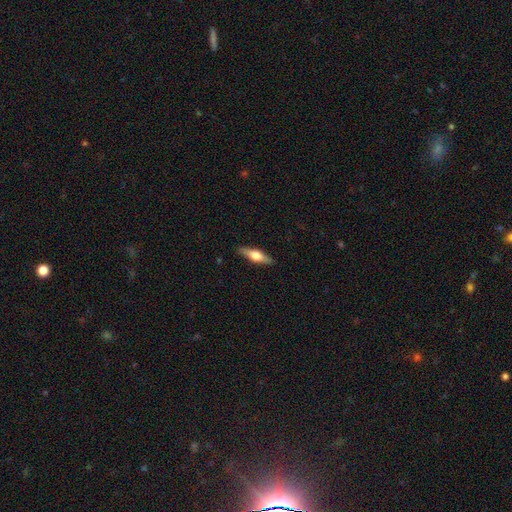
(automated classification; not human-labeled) Smooth or featured? featured or disk (55%)
Edge-on disk? yes (95%)
Edge-on bulge? rounded (92%)
Merging? none (89%)